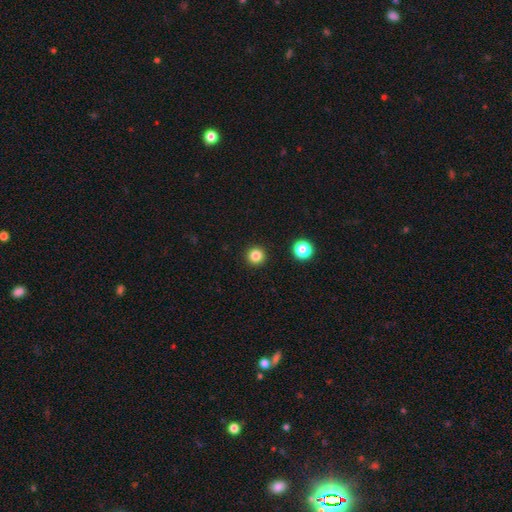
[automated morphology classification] A smooth galaxy with no disk features (83%) that is round (96%).

Vote fractions:
- Smooth or featured? smooth: 83% / star or artifact: 12% / featured or disk: 4%
- How rounded? round: 96% / in between: 3% / cigar-shaped: 1%
- Merging? none: 93% / minor disturbance: 4% / major disturbance: 2% / merger: 1%